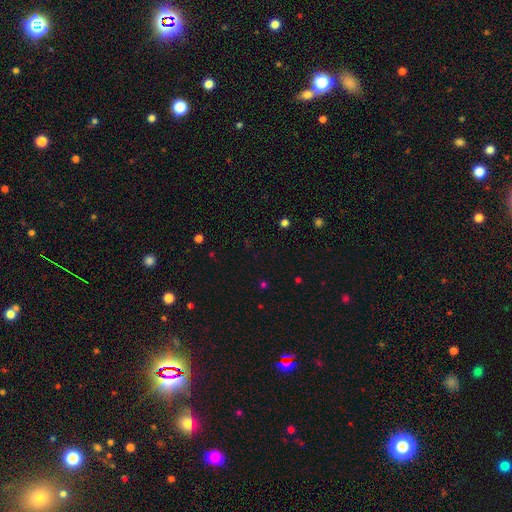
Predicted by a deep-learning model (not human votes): Smooth or featured: star or artifact — 63% (smooth — 30%)